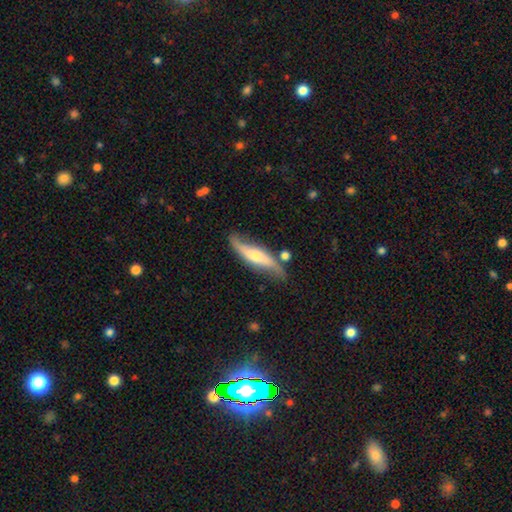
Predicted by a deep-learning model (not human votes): A featured or disk galaxy (64%). Merging: none (69%).